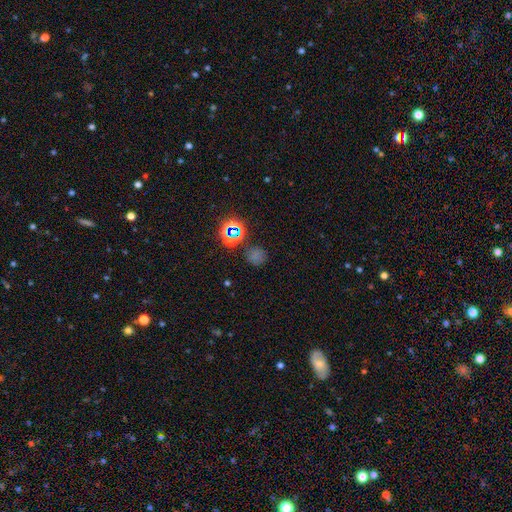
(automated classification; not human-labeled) A smooth galaxy with no disk features (56%) that is round (87%).

Vote fractions:
- Smooth or featured? smooth: 56% / star or artifact: 36% / featured or disk: 7%
- How rounded? round: 87% / in between: 12% / cigar-shaped: 1%
- Merging? none: 76% / minor disturbance: 12% / merger: 7% / major disturbance: 5%